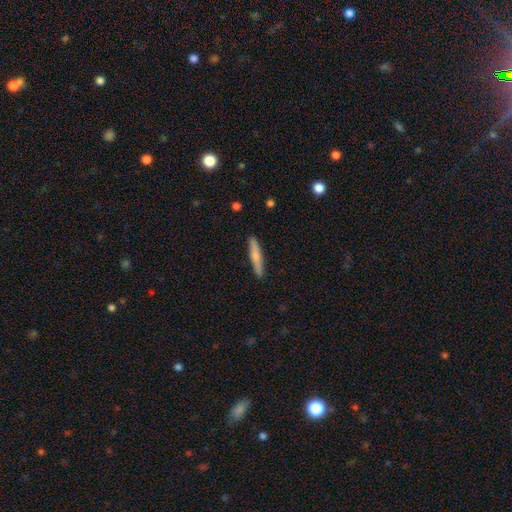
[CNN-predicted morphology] A smooth galaxy with no disk features (62%) that is cigar-shaped (93%).

Vote fractions:
- Smooth or featured? smooth: 62% / featured or disk: 32% / star or artifact: 6%
- How rounded? cigar-shaped: 93% / in between: 5% / round: 2%
- Merging? none: 90% / minor disturbance: 7% / major disturbance: 2% / merger: 1%